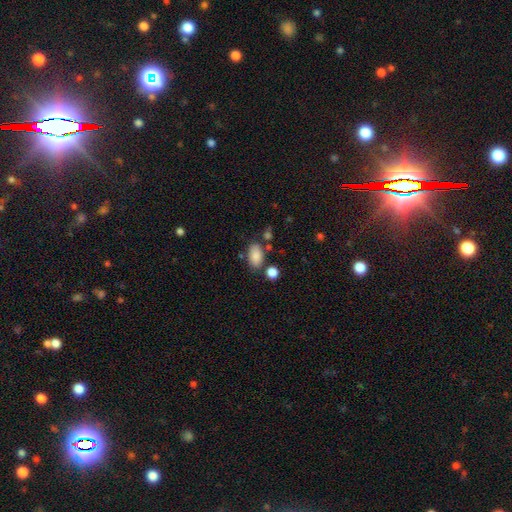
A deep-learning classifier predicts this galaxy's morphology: Smooth or featured? smooth (86%)
How rounded? in between (91%)
Merging? none (71%)